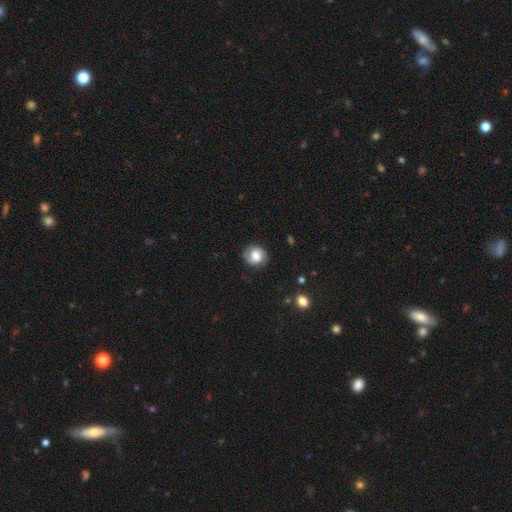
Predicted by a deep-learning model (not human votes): smooth_or_featured: smooth (p=0.56) [alt: featured or disk p=0.35]
how_rounded: round (p=0.80) [alt: in between p=0.19]
merging: none (p=0.80) [alt: minor disturbance p=0.14]